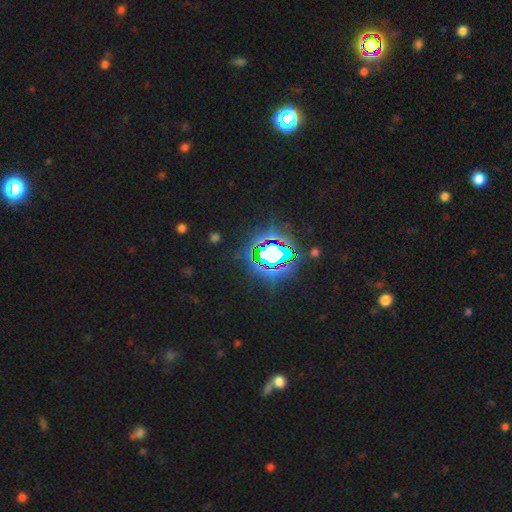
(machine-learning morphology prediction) The model was most divided on "smooth or featured": star or artifact: 84%, smooth: 9%, featured or disk: 7%.